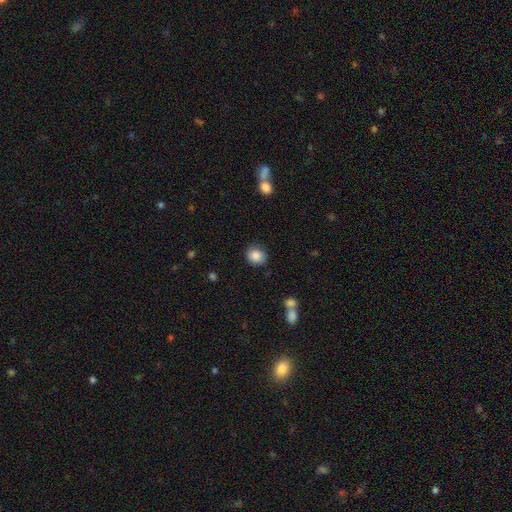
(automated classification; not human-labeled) Smooth or featured? smooth (86%)
How rounded? round (78%)
Merging? none (83%)